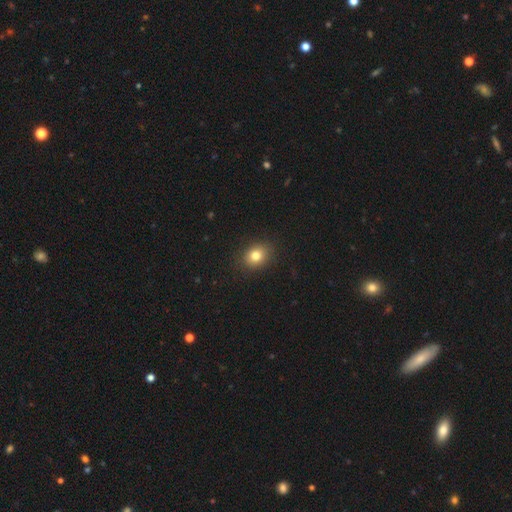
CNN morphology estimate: Overall: smooth (80%). How rounded: round (51%; in between 48%). Merging: none (88%).